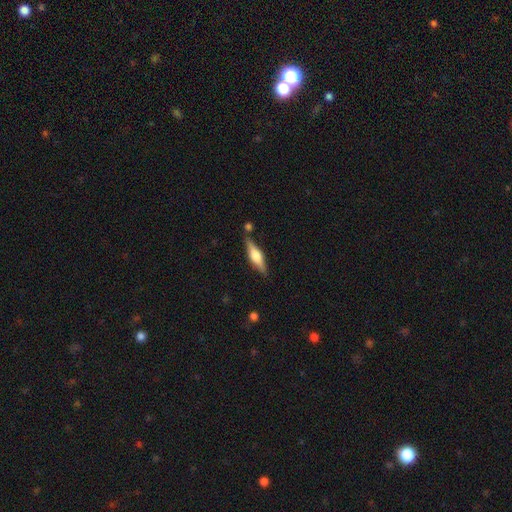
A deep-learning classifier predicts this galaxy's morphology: smooth_or_featured: featured or disk (p=0.60) [alt: smooth p=0.34]
disk_edge_on: yes (p=0.96) [alt: no p=0.04]
edge_on_bulge: rounded (p=0.87) [alt: boxy p=0.11]
merging: none (p=0.81) [alt: minor disturbance p=0.12]